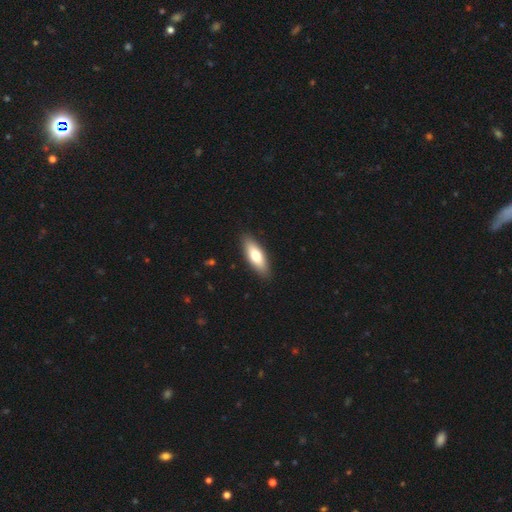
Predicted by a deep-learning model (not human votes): Q: Smooth or featured?
A: smooth (70%); runner-up: featured or disk (25%)
Q: How rounded?
A: in between (64%); runner-up: cigar-shaped (34%)
Q: Merging?
A: none (89%); runner-up: minor disturbance (8%)